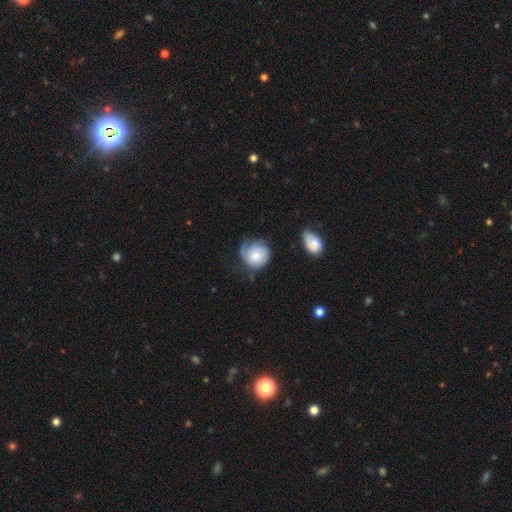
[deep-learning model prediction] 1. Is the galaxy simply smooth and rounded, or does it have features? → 47% featured or disk, 46% smooth, 7% star or artifact.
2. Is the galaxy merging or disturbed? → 50% none, 28% minor disturbance, 19% major disturbance, 4% merger.